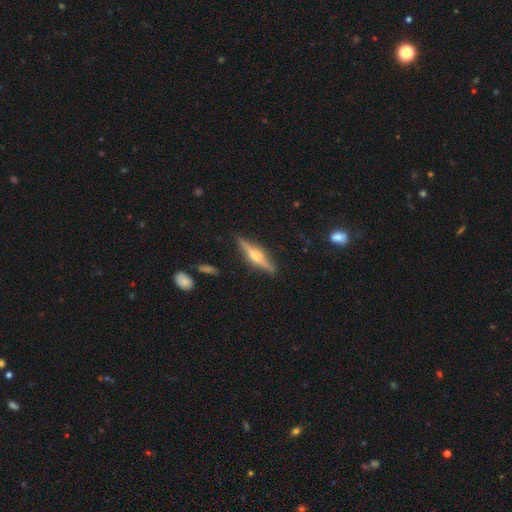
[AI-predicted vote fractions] Smooth or featured: featured or disk — 75% (smooth — 19%)
Edge-on disk: yes — 97% (no — 3%)
Edge-on bulge: rounded — 93% (boxy — 5%)
Merging: none — 89% (minor disturbance — 8%)